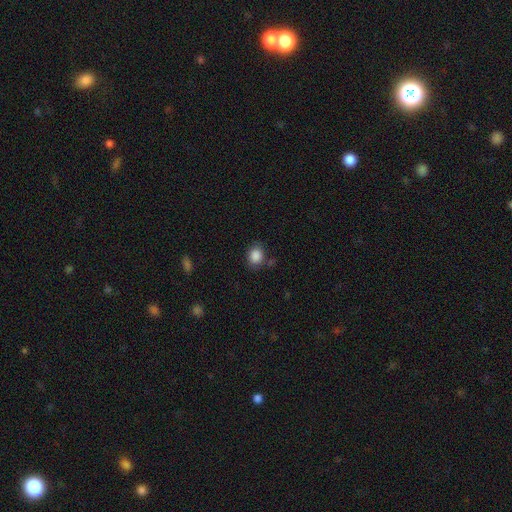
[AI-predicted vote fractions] Morphology: type=smooth (87%); roundness=round (56%); merging=none (74%).